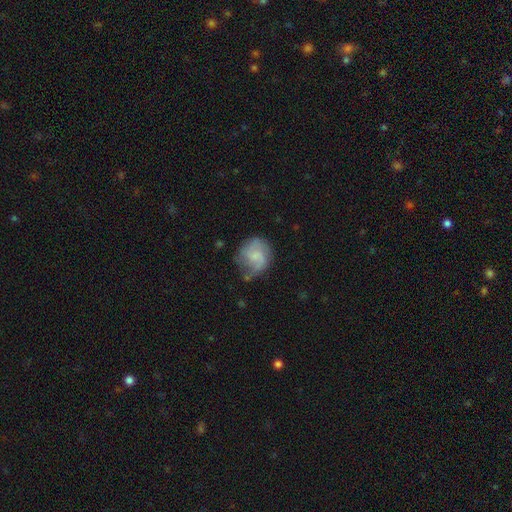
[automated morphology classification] This appears to be a featured or disk galaxy (54%) with no bar (59%), spiral arms (85%) and a small central bulge (47%). Merging: none (56%).